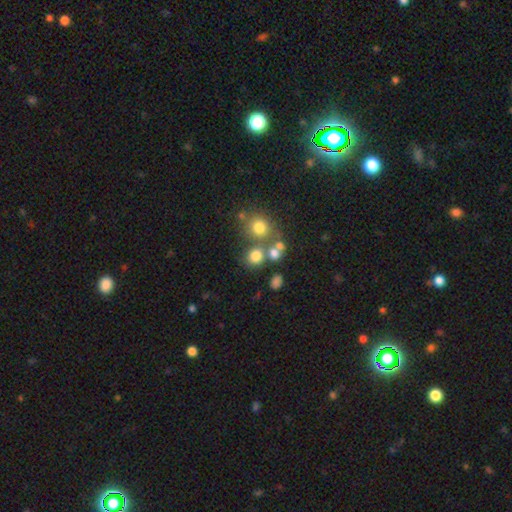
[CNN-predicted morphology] Smooth or featured? Predicted: smooth (p=0.73). How rounded? Predicted: round (p=0.79). Merging? Predicted: none (p=0.56).